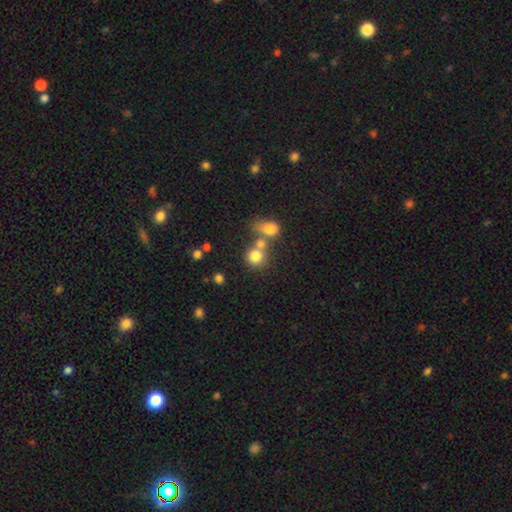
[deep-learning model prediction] Morphology: type=smooth (78%); roundness=round (79%); merging=none (43%).